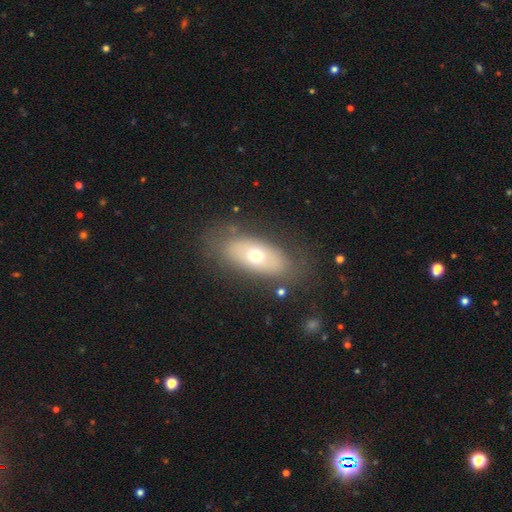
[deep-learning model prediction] This appears to be a smooth galaxy with no disk features (57%) that is in between round and cigar-shaped (83%). Merging: none (75%).